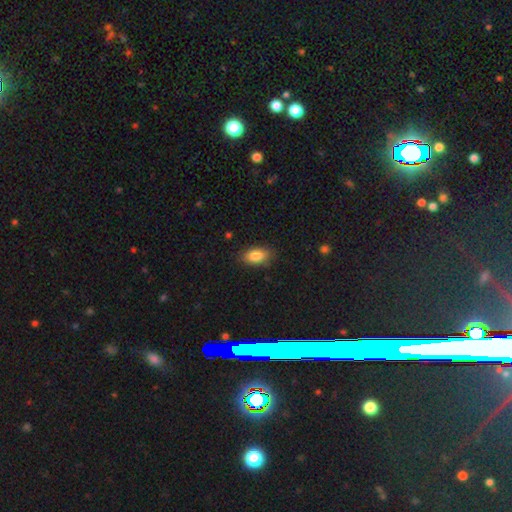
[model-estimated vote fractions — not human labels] A smooth galaxy with no disk features (86%) that is in between round and cigar-shaped (90%). Merging: none (83%).